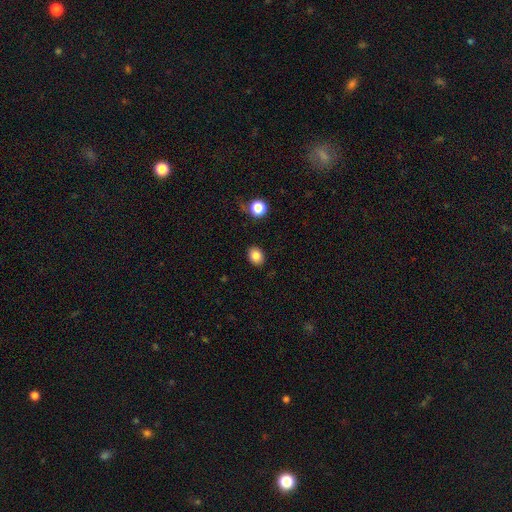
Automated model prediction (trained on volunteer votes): A smooth galaxy with no disk features (83%) that is in between round and cigar-shaped (55%). Merging: none (88%).